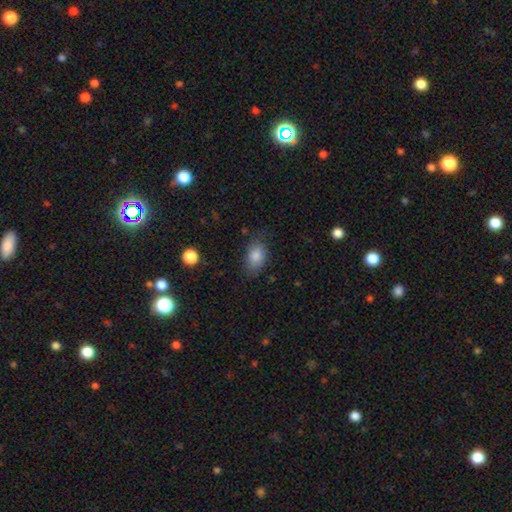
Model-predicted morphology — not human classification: Smooth or featured? Predicted: smooth (p=0.83). How rounded? Predicted: in between (p=0.85). Merging? Predicted: none (p=0.74).